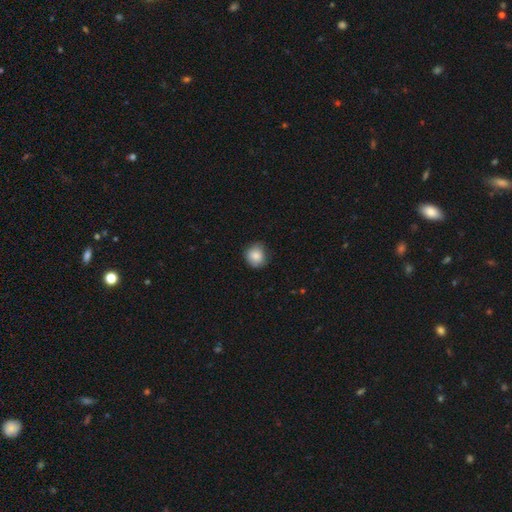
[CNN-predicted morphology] A smooth galaxy with no disk features (84%) that is round (83%).

Vote fractions:
- Smooth or featured? smooth: 84% / star or artifact: 8% / featured or disk: 8%
- How rounded? round: 83% / in between: 16% / cigar-shaped: 1%
- Merging? none: 76% / minor disturbance: 19% / major disturbance: 4% / merger: 1%